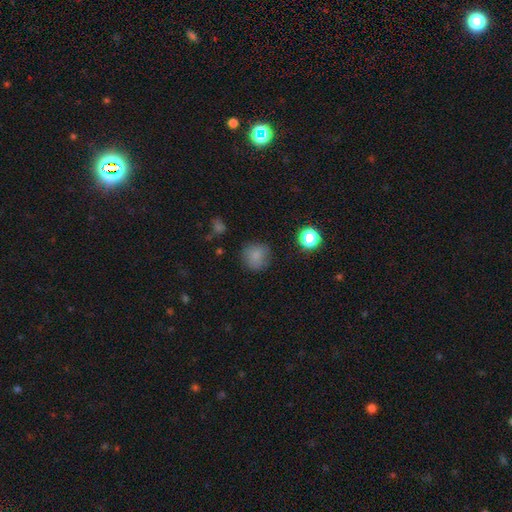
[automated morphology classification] Smooth or featured?
  - smooth: 81% *
  - star or artifact: 13%
  - featured or disk: 7%
How rounded?
  - round: 90% *
  - in between: 9%
  - cigar-shaped: 1%
Merging?
  - none: 81% *
  - minor disturbance: 13%
  - major disturbance: 4%
  - merger: 2%